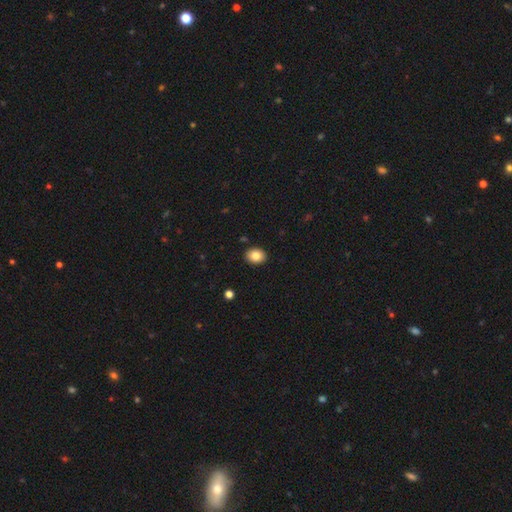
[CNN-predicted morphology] Smooth or featured? smooth (84%)
How rounded? in between (56%)
Merging? none (90%)